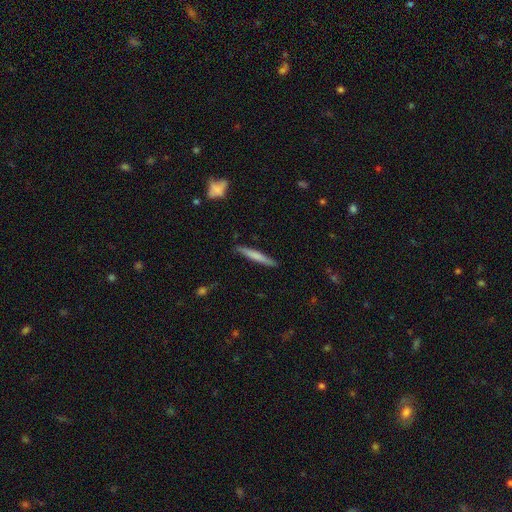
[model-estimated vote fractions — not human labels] This appears to be a smooth galaxy with no disk features (64%) that is cigar-shaped (95%). Merging: none (88%).